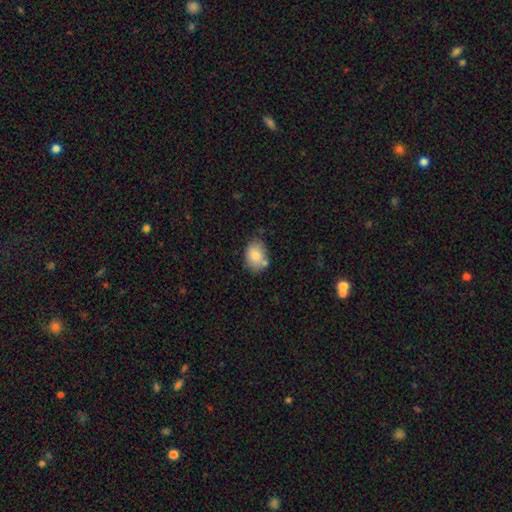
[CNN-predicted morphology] A smooth galaxy with no disk features (82%) that is in between round and cigar-shaped (75%).

Vote fractions:
- Smooth or featured? smooth: 82% / featured or disk: 11% / star or artifact: 8%
- How rounded? in between: 75% / round: 24% / cigar-shaped: 1%
- Merging? none: 67% / minor disturbance: 18% / merger: 10% / major disturbance: 4%